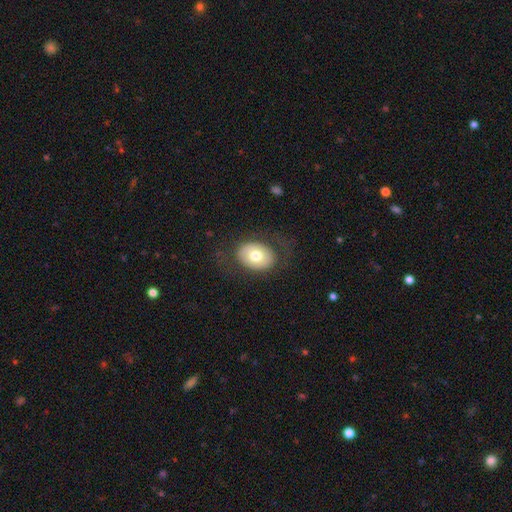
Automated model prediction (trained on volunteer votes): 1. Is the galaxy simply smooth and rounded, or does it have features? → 67% smooth, 26% featured or disk, 7% star or artifact.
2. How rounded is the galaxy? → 74% in between, 25% round, 1% cigar-shaped.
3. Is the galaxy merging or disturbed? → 77% none, 13% minor disturbance, 9% major disturbance, 1% merger.